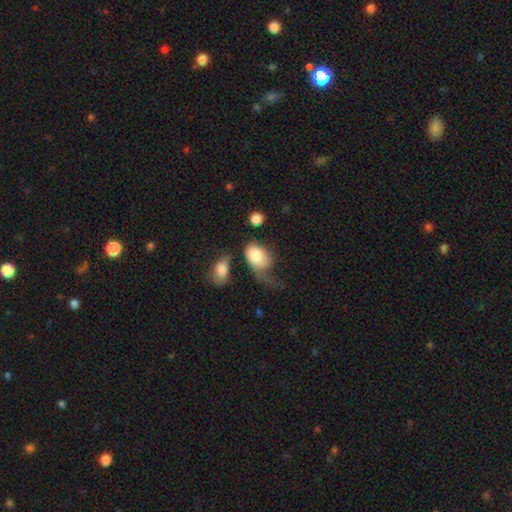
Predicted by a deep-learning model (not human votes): A smooth galaxy with no disk features (78%) that is in between round and cigar-shaped (81%). Merging: major disturbance (43%).